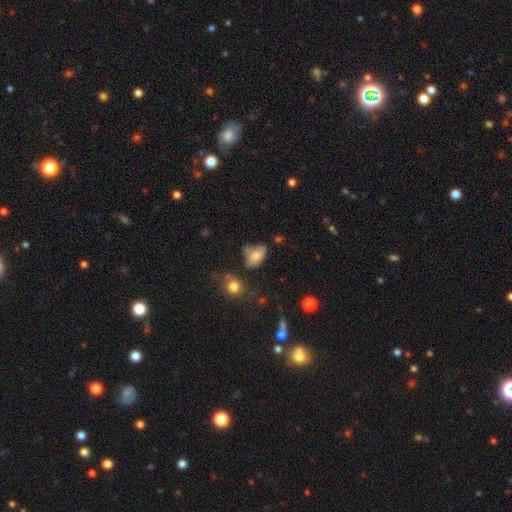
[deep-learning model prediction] Smooth or featured? smooth (72%)
How rounded? in between (81%)
Merging? minor disturbance (34%, tied with none)